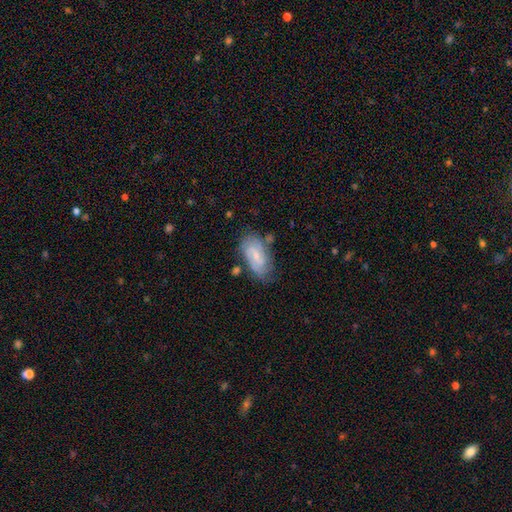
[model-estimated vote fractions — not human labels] featured or disk 62%, smooth 30%, star or artifact 8%. Down the decision tree: edge-on disk — no (95%); bar — weak (51%); spiral arms — yes (86%); spiral arm count — 2 (55%); spiral winding — tight (48%); bulge size — small (66%); merging — none (66%).